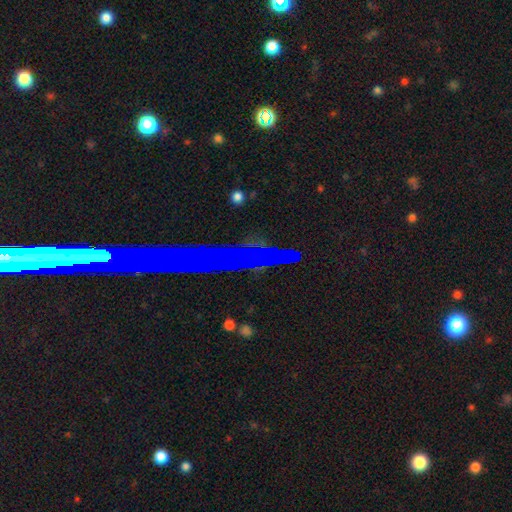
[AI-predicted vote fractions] A star or artifact, not a galaxy (42%).